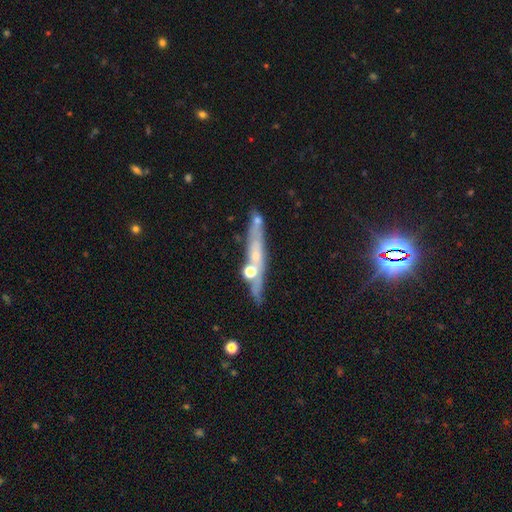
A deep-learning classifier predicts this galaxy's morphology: Smooth or featured: featured or disk — 59% (smooth — 30%)
Edge-on disk: yes — 85% (no — 15%)
Merging: none — 73% (minor disturbance — 13%)